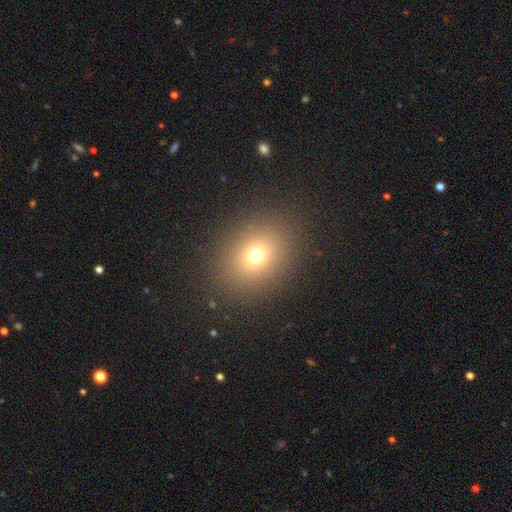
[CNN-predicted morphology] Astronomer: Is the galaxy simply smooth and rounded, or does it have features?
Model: smooth — 70%.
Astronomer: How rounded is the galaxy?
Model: round — 52% (runner-up: in between, 46%).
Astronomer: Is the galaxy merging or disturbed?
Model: none — 87%.